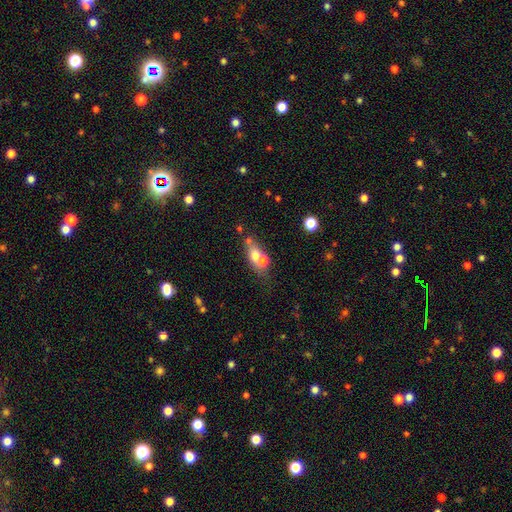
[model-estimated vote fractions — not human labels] The model was most divided on "merging": merger: 50%, none: 35%, minor disturbance: 10%, major disturbance: 5%. More confident: smooth or featured — smooth (60%); how rounded — in between (59%).